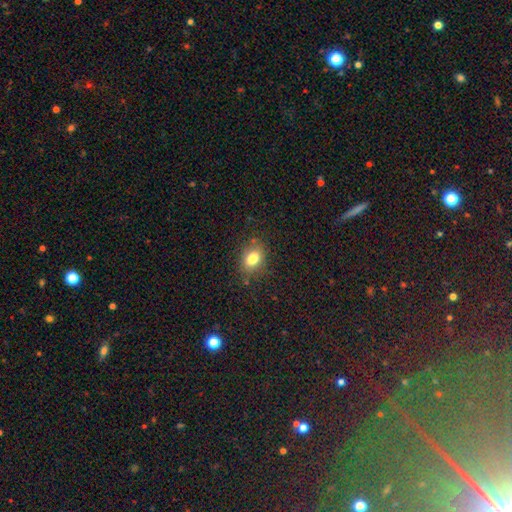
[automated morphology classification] Smooth or featured? Predicted: smooth (p=0.81). How rounded? Predicted: in between (p=0.71). Merging? Predicted: none (p=0.81).